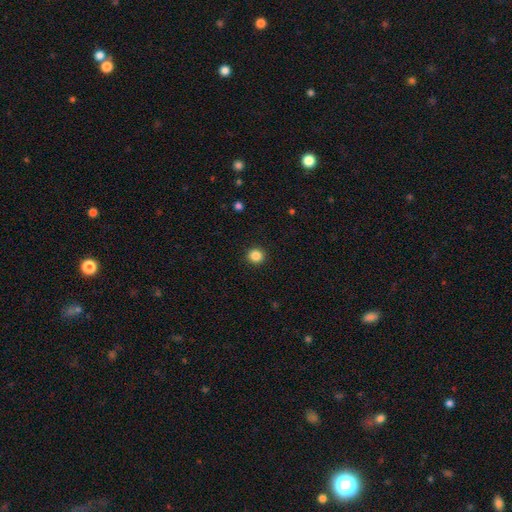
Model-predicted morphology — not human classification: type=smooth (86%); roundness=round (94%); merging=none (93%).